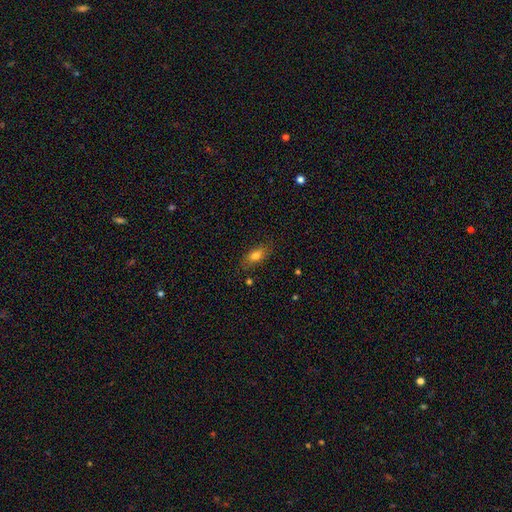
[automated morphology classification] Smooth or featured? Predicted: smooth (p=0.75). How rounded? Predicted: in between (p=0.80). Merging? Predicted: none (p=0.79).